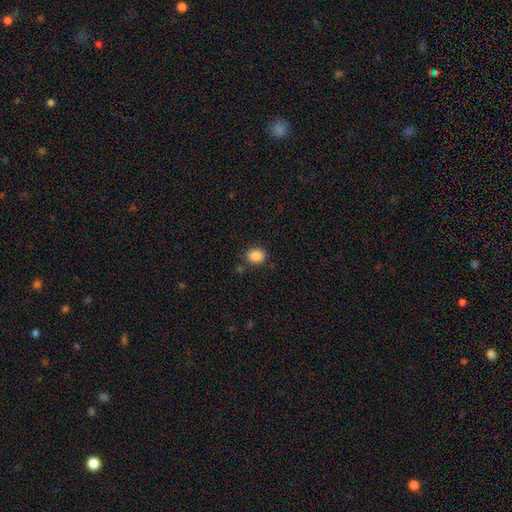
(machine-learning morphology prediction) A smooth galaxy with no disk features (88%) that is in between round and cigar-shaped (61%). Merging: none (83%).